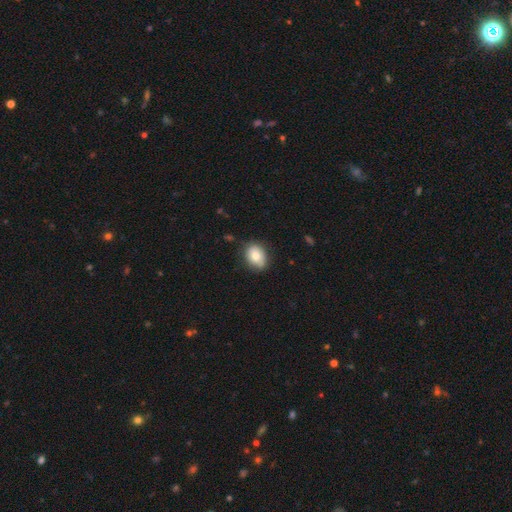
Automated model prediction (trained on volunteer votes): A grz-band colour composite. It shows a smooth galaxy with no disk features (79%) that is in between round and cigar-shaped (67%). Merging: none (77%).